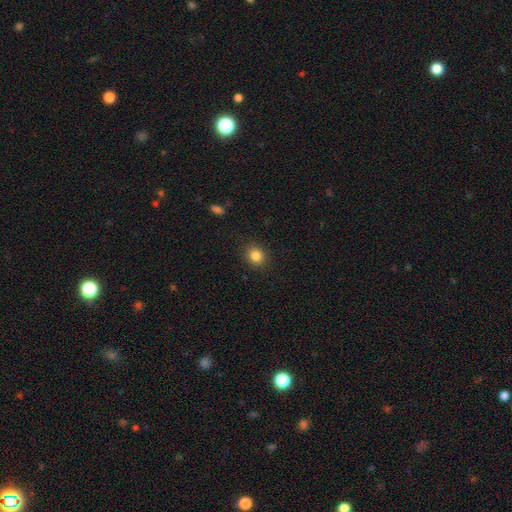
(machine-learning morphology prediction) Smooth or featured? smooth (84%)
How rounded? round (74%)
Merging? none (89%)